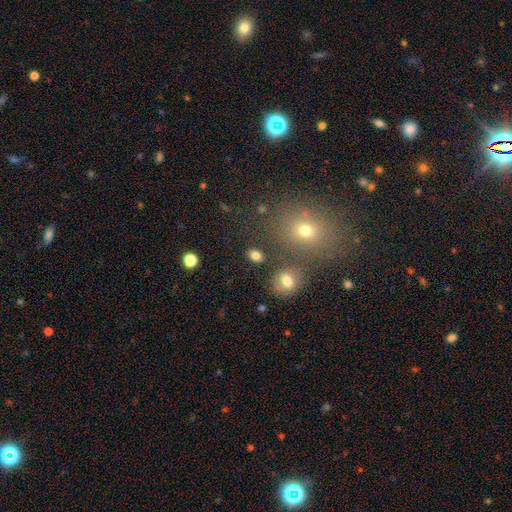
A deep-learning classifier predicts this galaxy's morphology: type=smooth (81%); roundness=in between (69%); merging=none (82%).